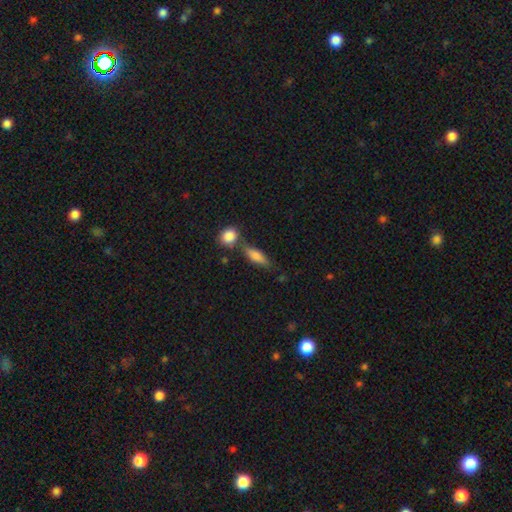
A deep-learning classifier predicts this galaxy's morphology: This is likely a smooth galaxy (77%). How rounded: possibly in between (57%). Merging: possibly none (59%).